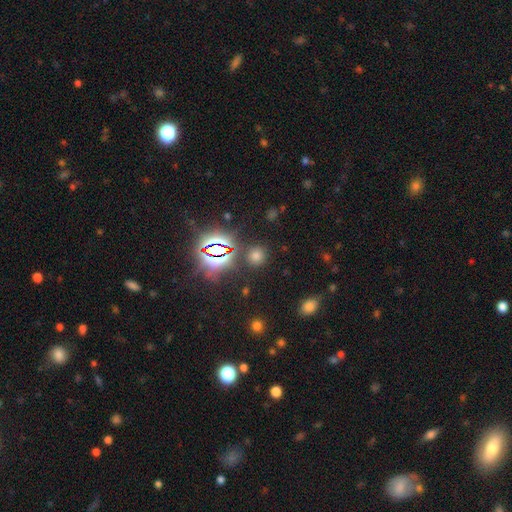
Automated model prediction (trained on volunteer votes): Smooth or featured: smooth — 59% (star or artifact — 34%)
How rounded: round — 86% (in between — 12%)
Merging: none — 85% (minor disturbance — 8%)